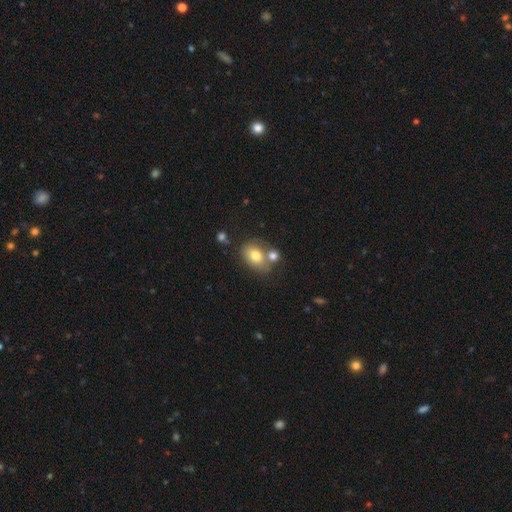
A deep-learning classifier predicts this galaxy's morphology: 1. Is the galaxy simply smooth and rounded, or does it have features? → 75% smooth, 16% featured or disk, 9% star or artifact.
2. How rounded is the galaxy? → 68% in between, 30% round, 1% cigar-shaped.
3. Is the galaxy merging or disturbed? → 48% none, 34% merger, 13% minor disturbance, 5% major disturbance.